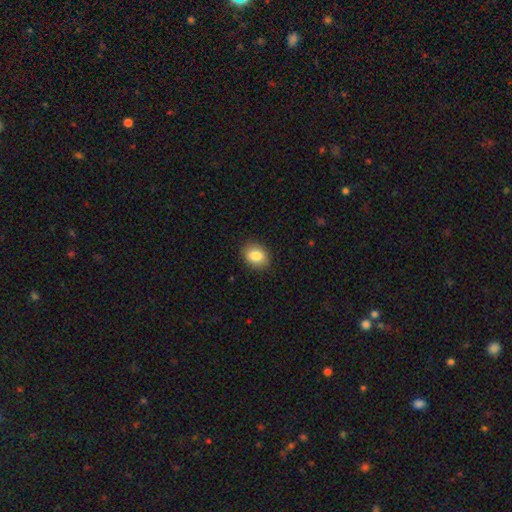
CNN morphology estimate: Q: Smooth or featured?
A: smooth (85%); runner-up: star or artifact (8%)
Q: How rounded?
A: in between (65%); runner-up: round (34%)
Q: Merging?
A: none (88%); runner-up: minor disturbance (9%)